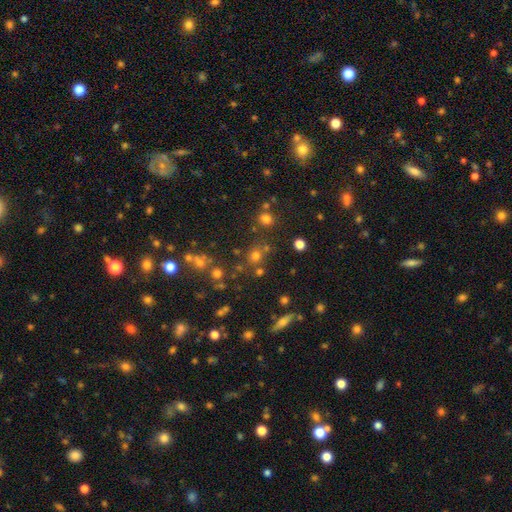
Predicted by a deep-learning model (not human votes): Overall: smooth (56%; star or artifact 33%). How rounded: round (88%). Merging: none (75%).